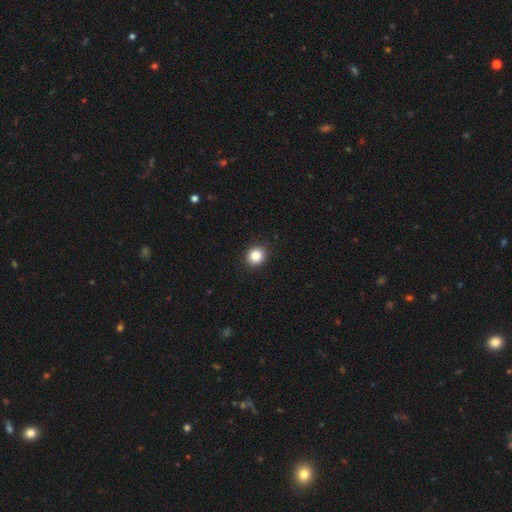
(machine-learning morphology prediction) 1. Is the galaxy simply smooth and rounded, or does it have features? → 85% smooth, 10% star or artifact, 5% featured or disk.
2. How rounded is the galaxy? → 81% round, 18% in between, 1% cigar-shaped.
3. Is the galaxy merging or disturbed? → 92% none, 6% minor disturbance, 2% major disturbance, 1% merger.